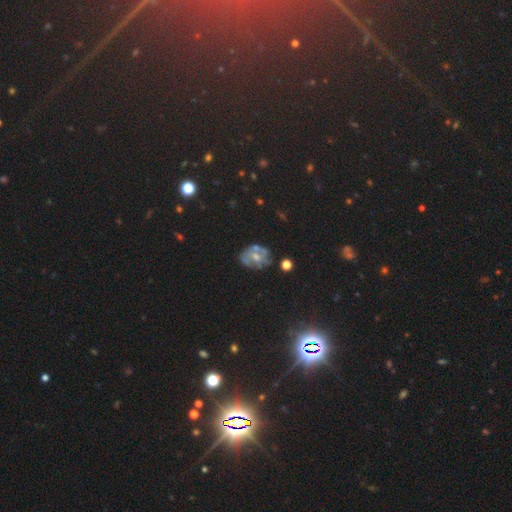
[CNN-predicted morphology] A featured or disk galaxy (49%).

Vote fractions:
- Smooth or featured? featured or disk: 49% / smooth: 33% / star or artifact: 18%
- Merging? none: 54% / minor disturbance: 24% / major disturbance: 13% / merger: 9%